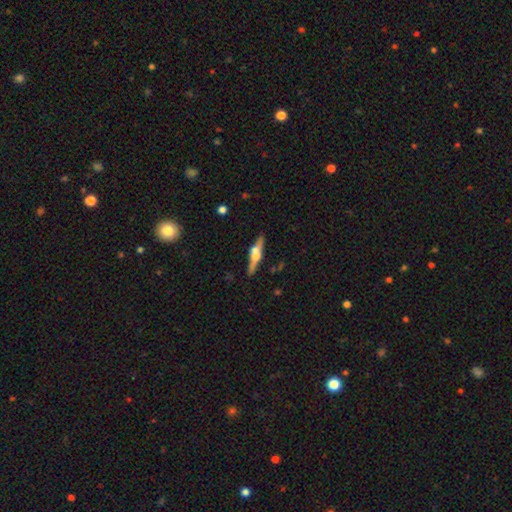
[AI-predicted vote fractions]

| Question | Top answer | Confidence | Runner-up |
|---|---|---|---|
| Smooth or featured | featured or disk | 67% | smooth (27%) |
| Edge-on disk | yes | 95% | no (5%) |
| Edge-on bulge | rounded | 90% | boxy (6%) |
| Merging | none | 75% | minor disturbance (12%) |